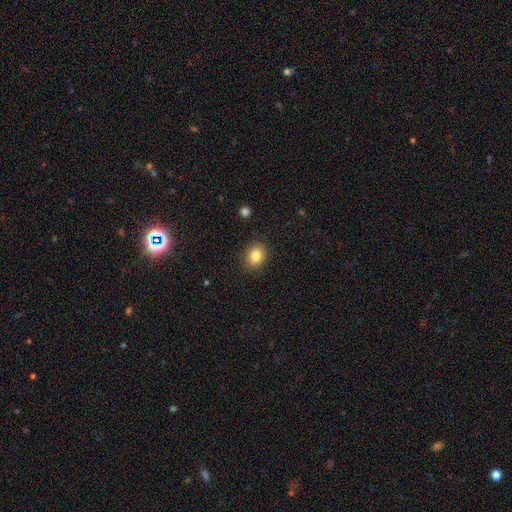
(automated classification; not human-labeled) smooth-or-featured: smooth: 83% | star or artifact: 10% | featured or disk: 7%
  how-rounded: round: 60% | in between: 40% | cigar-shaped: 1%
  merging: none: 89% | minor disturbance: 8% | major disturbance: 2% | merger: 1%